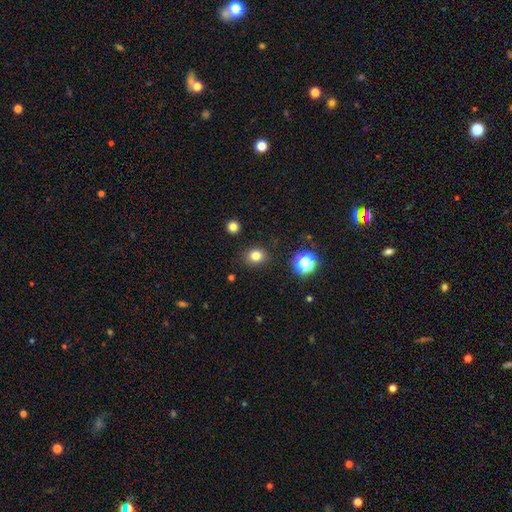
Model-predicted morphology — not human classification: smooth_or_featured: smooth (p=0.81) [alt: star or artifact p=0.14]
how_rounded: round (p=0.67) [alt: in between p=0.33]
merging: none (p=0.87) [alt: minor disturbance p=0.09]